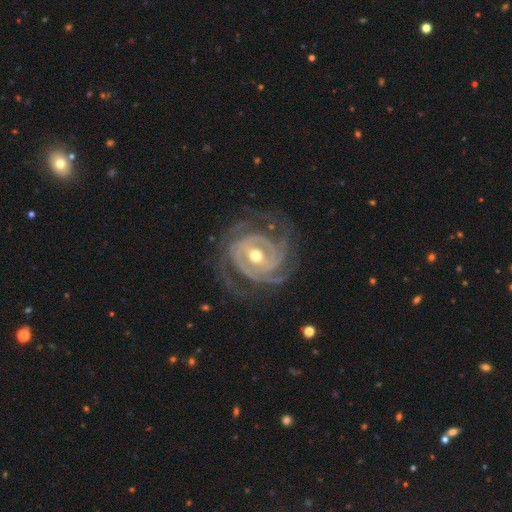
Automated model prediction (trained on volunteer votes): Overall: featured or disk (92%). Edge-on disk: no (97%). Bar: no (38%; weak 36%). Spiral arms: yes (98%). Spiral arm count: 3 (35%; 4 19%). Spiral winding: tight (68%). Bulge size: moderate (72%). Merging: none (70%).